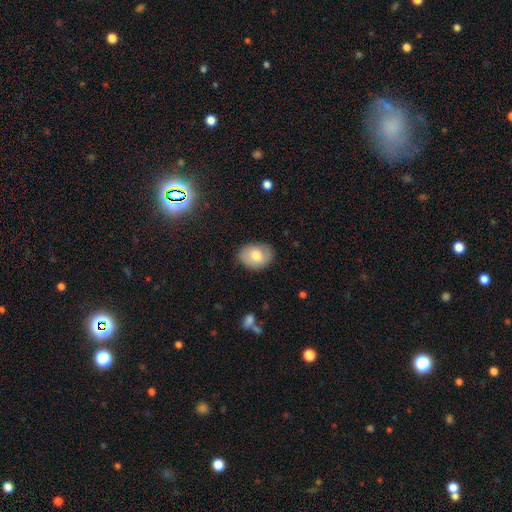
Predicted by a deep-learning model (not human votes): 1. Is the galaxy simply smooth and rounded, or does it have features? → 70% smooth, 23% featured or disk, 7% star or artifact.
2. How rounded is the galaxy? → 69% in between, 30% round, 1% cigar-shaped.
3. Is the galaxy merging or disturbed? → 80% none, 15% minor disturbance, 4% major disturbance, 1% merger.